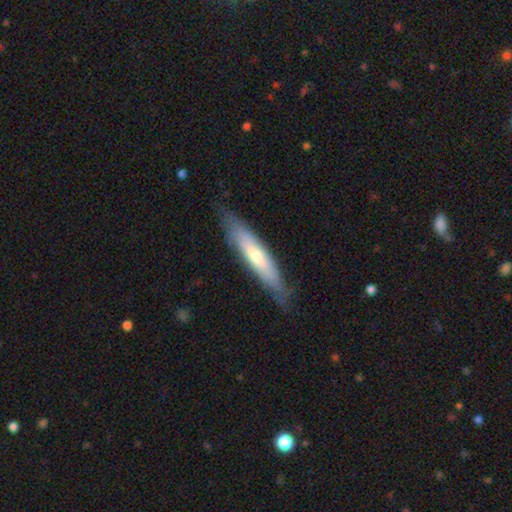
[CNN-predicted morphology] Smooth or featured: featured or disk — 48% (smooth — 46%)
Merging: none — 83% (minor disturbance — 13%)